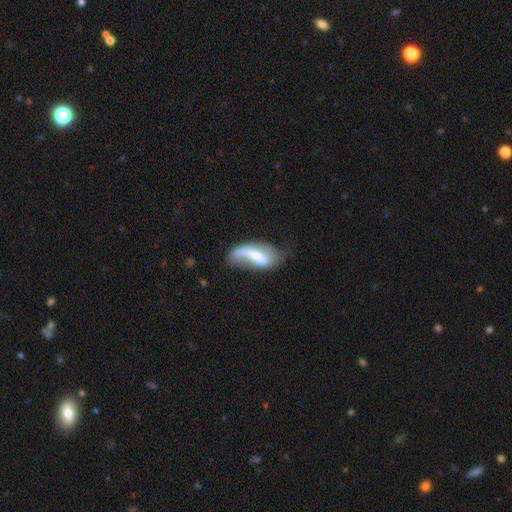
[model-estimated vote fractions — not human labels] The model was most divided on "bar": weak: 37%, strong: 36%, no: 27%. Remaining: edge-on disk — no (90%); spiral arms — yes (70%); smooth or featured — featured or disk (56%); bulge size — moderate (45%); merging — none (34%).